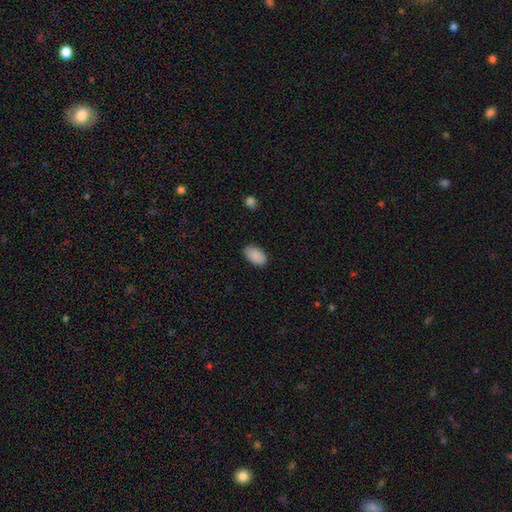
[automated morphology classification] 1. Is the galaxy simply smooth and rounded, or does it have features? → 90% smooth, 7% star or artifact, 4% featured or disk.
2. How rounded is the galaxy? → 94% in between, 5% round, 1% cigar-shaped.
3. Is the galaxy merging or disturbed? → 85% none, 12% minor disturbance, 2% major disturbance, 1% merger.